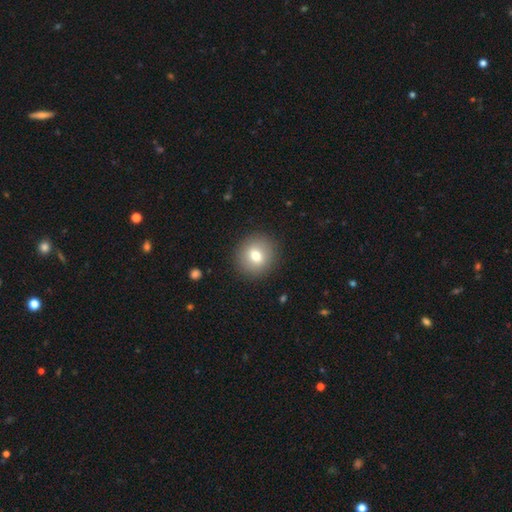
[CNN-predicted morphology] smooth 75%, featured or disk 16%, star or artifact 10%. Down the decision tree: how rounded — round (90%); merging — none (90%).